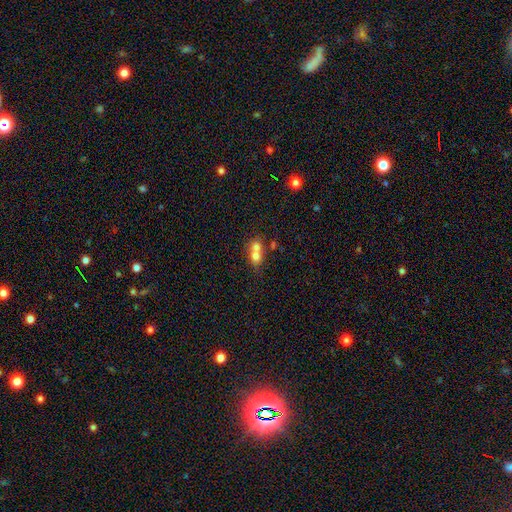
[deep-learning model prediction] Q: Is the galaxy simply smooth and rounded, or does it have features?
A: smooth — 70%.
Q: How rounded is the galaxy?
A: round — 59%.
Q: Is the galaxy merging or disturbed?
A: merger — 71%.